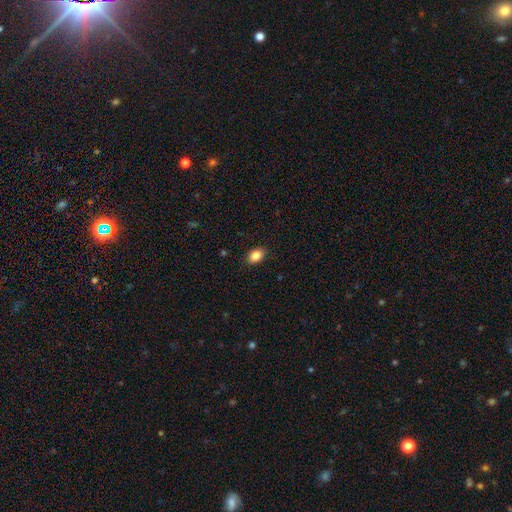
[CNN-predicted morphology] Smooth or featured: smooth — 86% (star or artifact — 9%)
How rounded: in between — 81% (round — 18%)
Merging: none — 88% (minor disturbance — 9%)